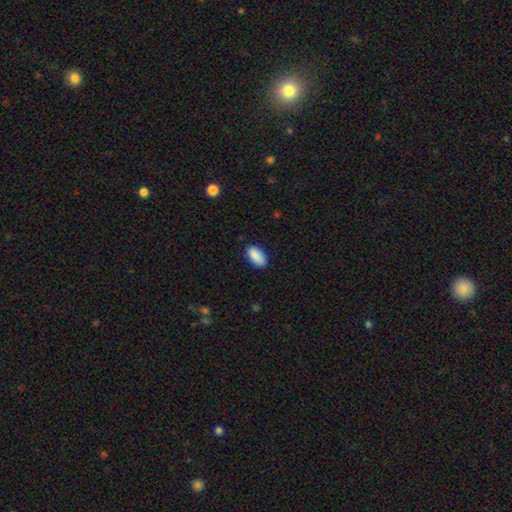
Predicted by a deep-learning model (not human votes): Smooth or featured?
  - smooth: 90% *
  - star or artifact: 7%
  - featured or disk: 4%
How rounded?
  - in between: 94% *
  - round: 3%
  - cigar-shaped: 3%
Merging?
  - none: 84% *
  - minor disturbance: 13%
  - major disturbance: 2%
  - merger: 1%